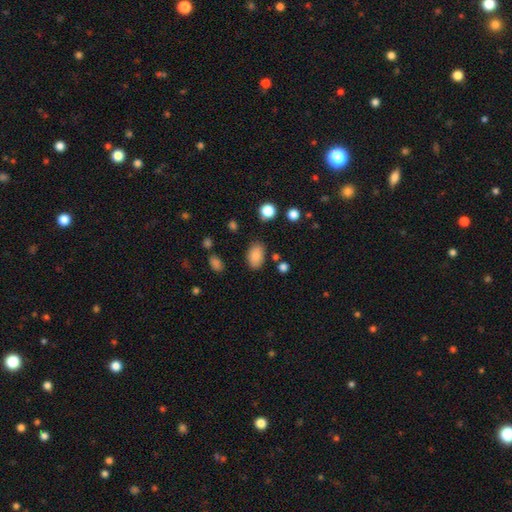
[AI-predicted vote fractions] This is clearly a smooth galaxy (86%). How rounded: clearly in between (90%). Merging: clearly none (81%).